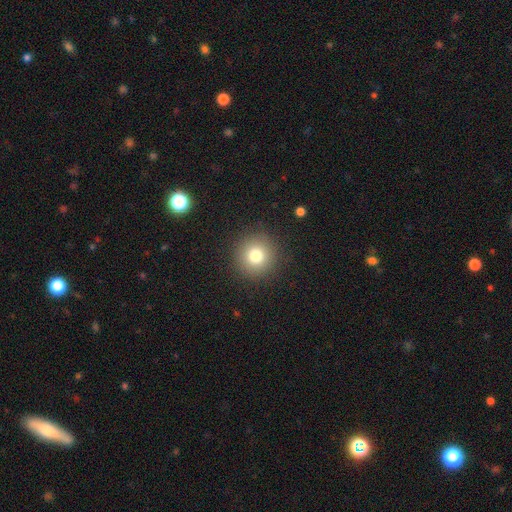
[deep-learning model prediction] Smooth or featured: smooth — 78% (star or artifact — 13%)
How rounded: round — 95% (in between — 4%)
Merging: none — 91% (minor disturbance — 6%)